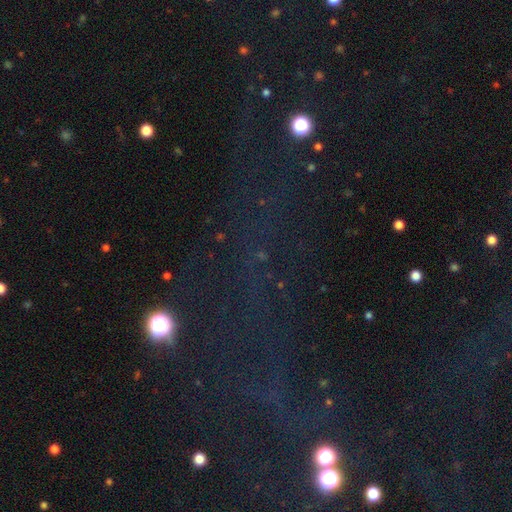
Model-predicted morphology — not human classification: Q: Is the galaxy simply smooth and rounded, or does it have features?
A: star or artifact — 68%.